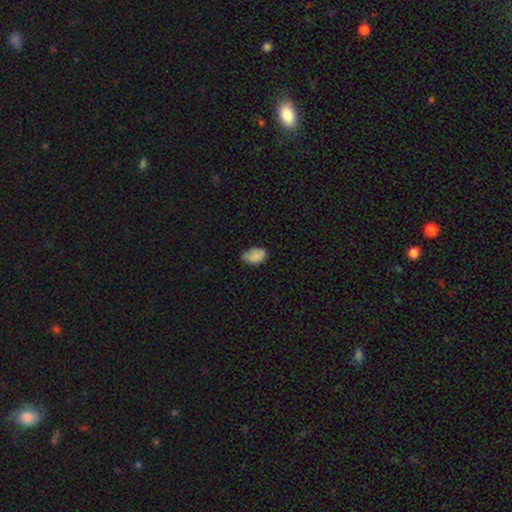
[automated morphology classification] Overall: smooth (84%). How rounded: in between (88%). Merging: none (56%; minor disturbance 36%).